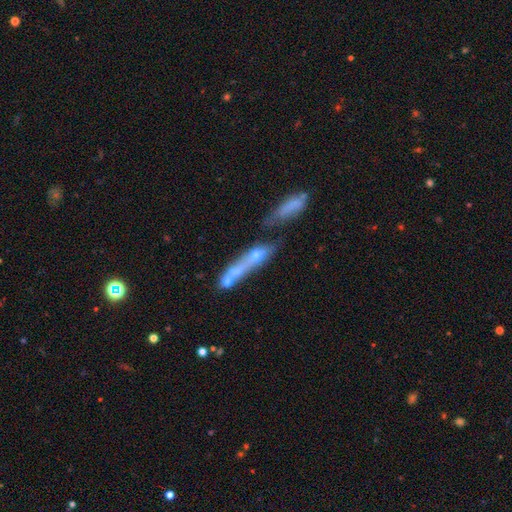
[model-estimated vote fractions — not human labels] Smooth or featured?
  - featured or disk: 52% *
  - smooth: 34%
  - star or artifact: 14%
Edge-on disk?
  - yes: 55% *
  - no: 45%
Merging?
  - merger: 47% *
  - none: 31%
  - minor disturbance: 12%
  - major disturbance: 10%